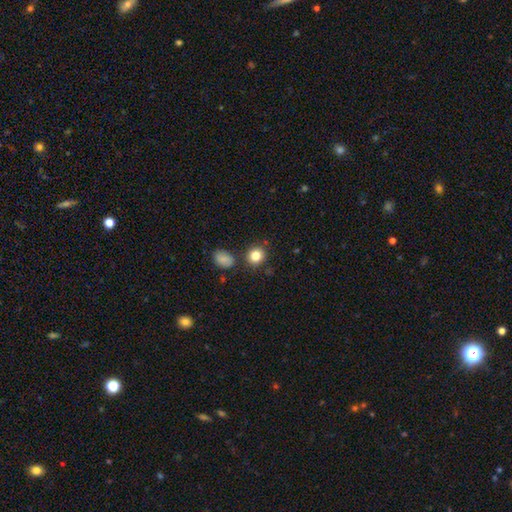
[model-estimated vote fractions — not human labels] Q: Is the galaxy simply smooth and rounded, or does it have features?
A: smooth — 83%.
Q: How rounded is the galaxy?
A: round — 82%.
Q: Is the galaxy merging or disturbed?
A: none — 83%.